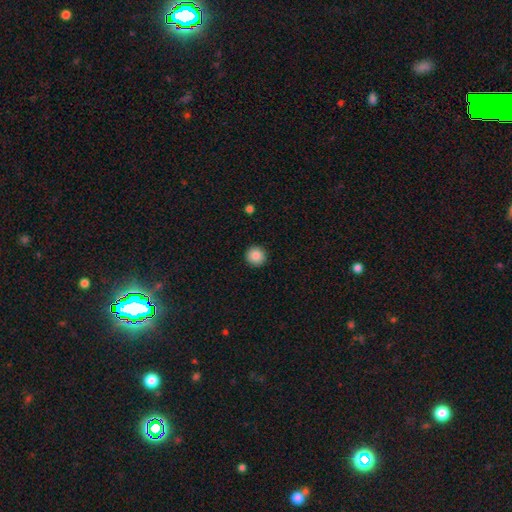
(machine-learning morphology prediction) Smooth or featured: smooth — 87% (star or artifact — 9%)
How rounded: round — 95% (in between — 4%)
Merging: none — 92% (minor disturbance — 5%)